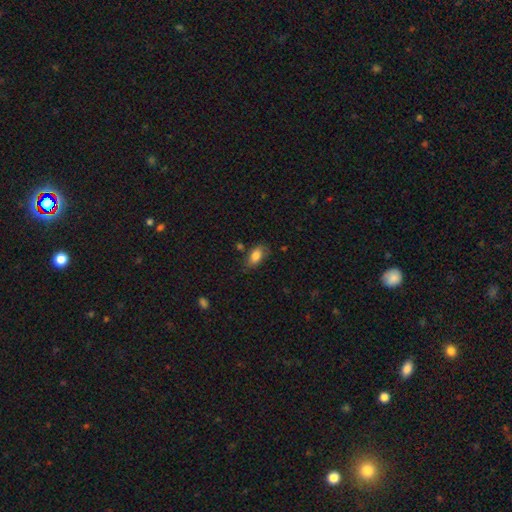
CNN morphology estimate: Smooth or featured? smooth (82%)
How rounded? in between (90%)
Merging? none (72%)